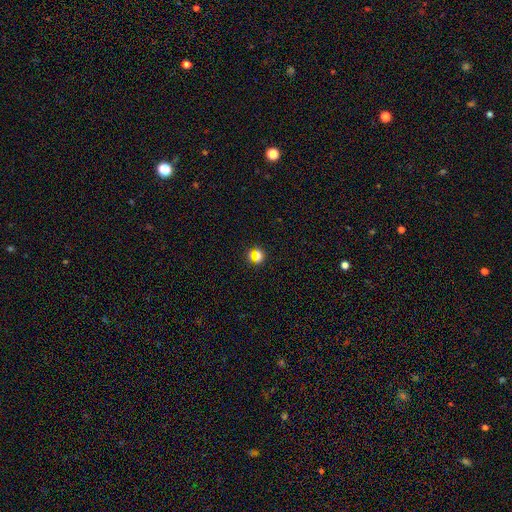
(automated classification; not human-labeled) This is likely a smooth galaxy (62%). How rounded: clearly round (83%). Merging: likely none (73%).